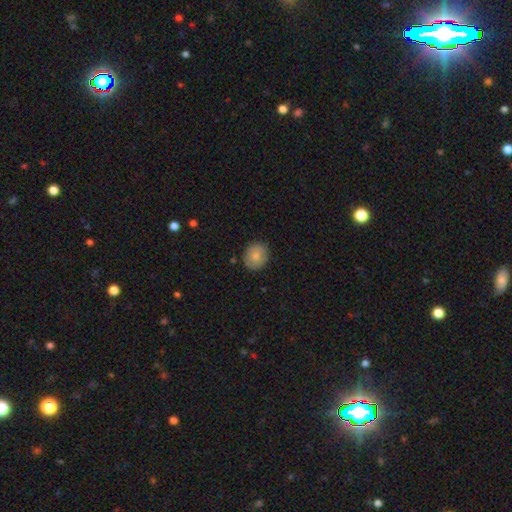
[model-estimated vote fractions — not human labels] Smooth or featured? smooth (80%)
How rounded? round (71%)
Merging? none (86%)